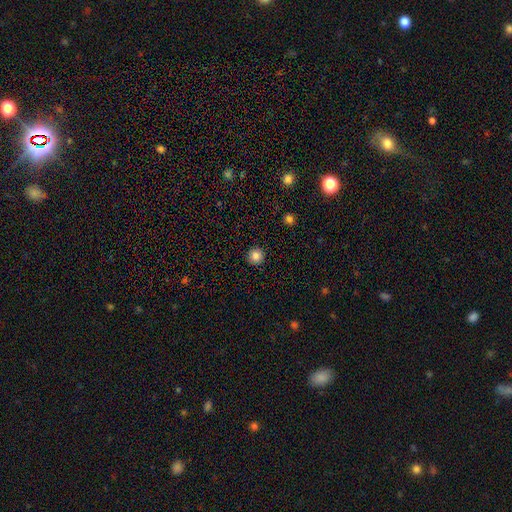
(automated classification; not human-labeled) Smooth or featured? smooth (85%)
How rounded? round (95%)
Merging? none (93%)